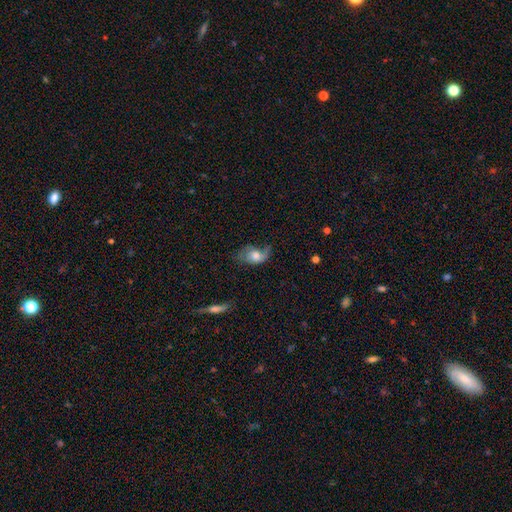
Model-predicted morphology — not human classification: A smooth galaxy with no disk features (49%). Merging: major disturbance (34%).